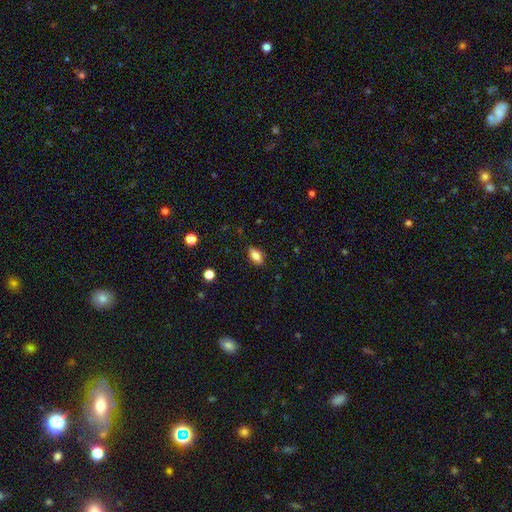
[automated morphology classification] smooth-or-featured: smooth: 78% | featured or disk: 13% | star or artifact: 8%
  how-rounded: in between: 82% | cigar-shaped: 14% | round: 4%
  merging: none: 85% | minor disturbance: 11% | major disturbance: 3% | merger: 1%